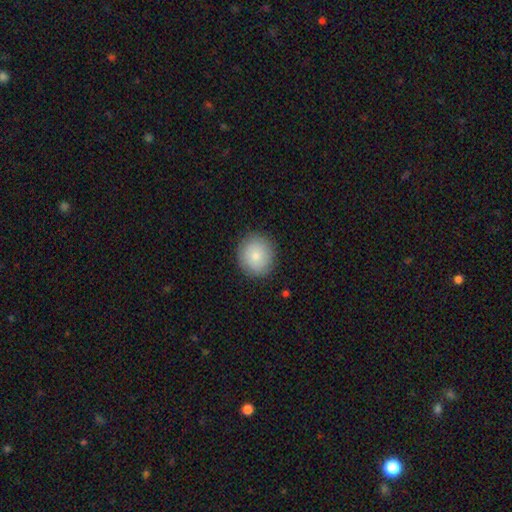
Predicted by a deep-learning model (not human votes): Smooth or featured? smooth (84%)
How rounded? round (84%)
Merging? none (89%)